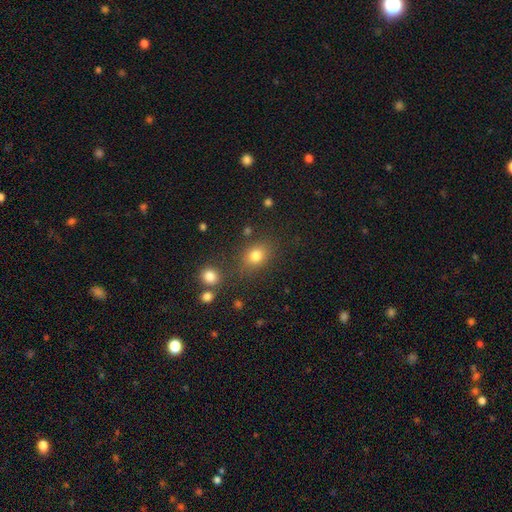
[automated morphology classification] smooth_or_featured: smooth (p=0.79) [alt: star or artifact p=0.14]
how_rounded: round (p=0.53) [alt: in between p=0.46]
merging: none (p=0.74) [alt: minor disturbance p=0.13]